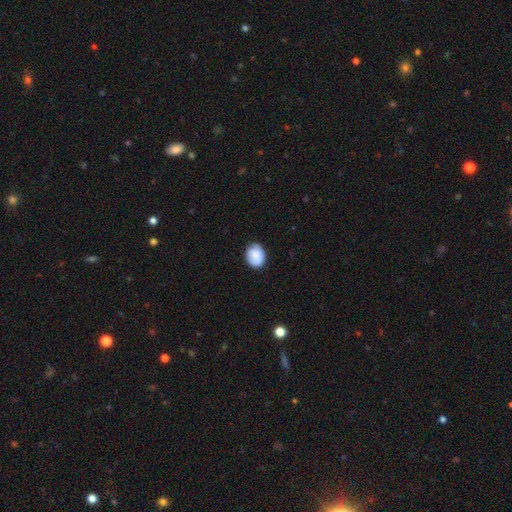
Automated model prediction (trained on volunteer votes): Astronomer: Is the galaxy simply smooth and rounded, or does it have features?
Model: smooth — 84%.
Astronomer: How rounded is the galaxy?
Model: in between — 58% (runner-up: round, 41%).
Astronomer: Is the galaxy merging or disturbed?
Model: none — 77%.